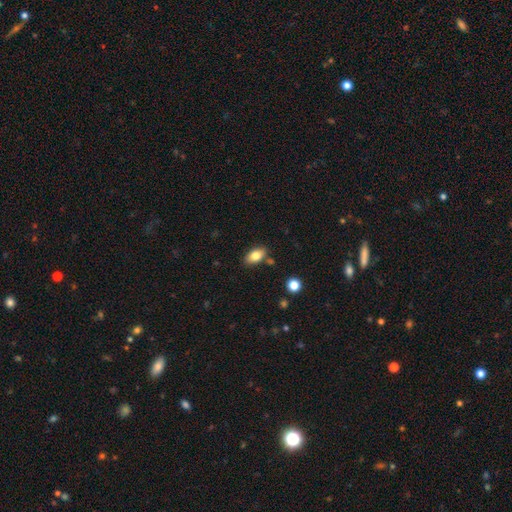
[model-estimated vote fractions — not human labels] This is clearly a smooth galaxy (80%). How rounded: clearly in between (90%). Merging: likely none (79%).